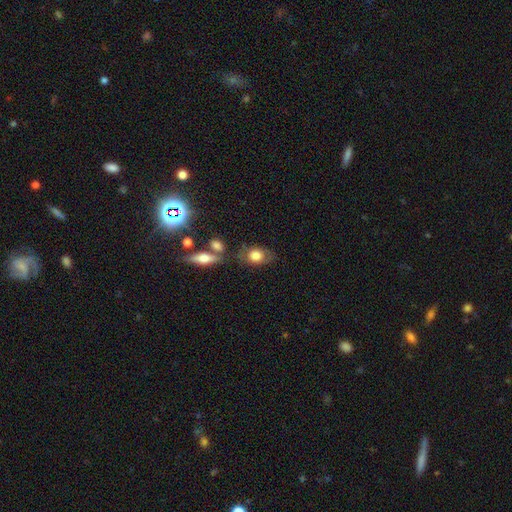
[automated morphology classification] This is likely a smooth galaxy (76%). How rounded: likely in between (73%). Merging: likely none (64%).